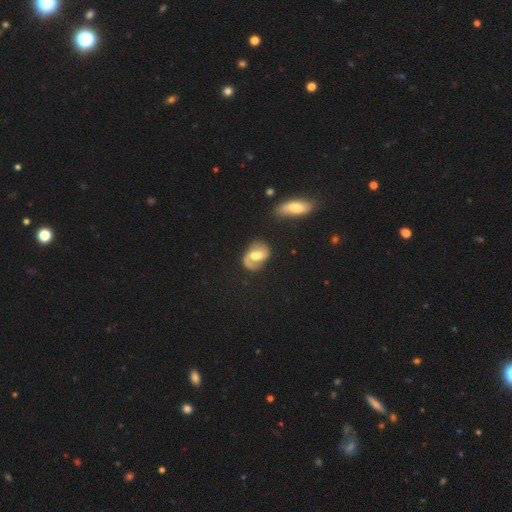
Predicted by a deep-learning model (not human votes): Overall: featured or disk (62%; smooth 31%). Edge-on disk: no (97%). Bar: weak (43%; no 42%). Spiral arms: yes (81%). Bulge size: moderate (62%). Merging: none (53%; minor disturbance 22%).